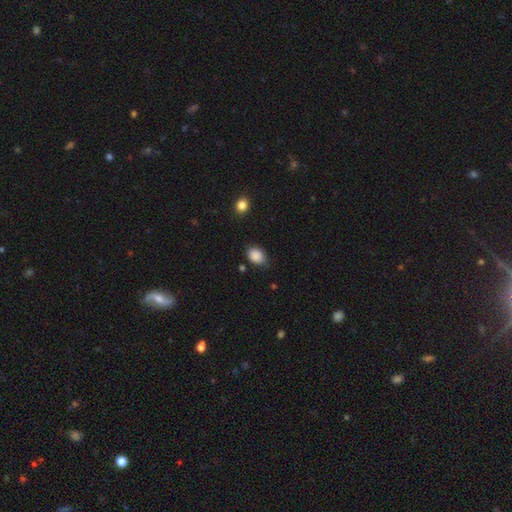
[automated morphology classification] Smooth or featured? smooth (88%)
How rounded? in between (73%)
Merging? none (74%)